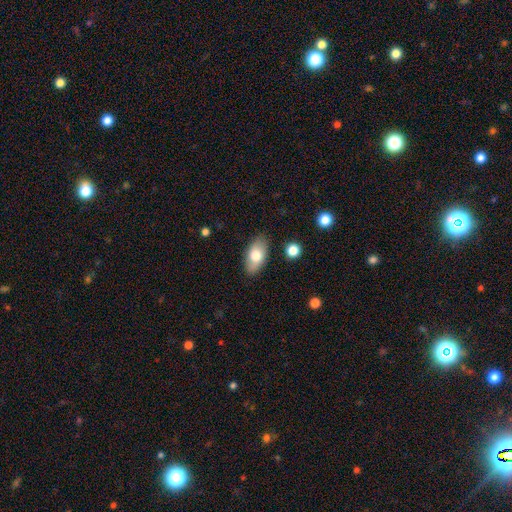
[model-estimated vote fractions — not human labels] Smooth or featured?
  - smooth: 73% *
  - featured or disk: 20%
  - star or artifact: 7%
How rounded?
  - in between: 92% *
  - round: 5%
  - cigar-shaped: 3%
Merging?
  - none: 84% *
  - minor disturbance: 12%
  - major disturbance: 3%
  - merger: 2%